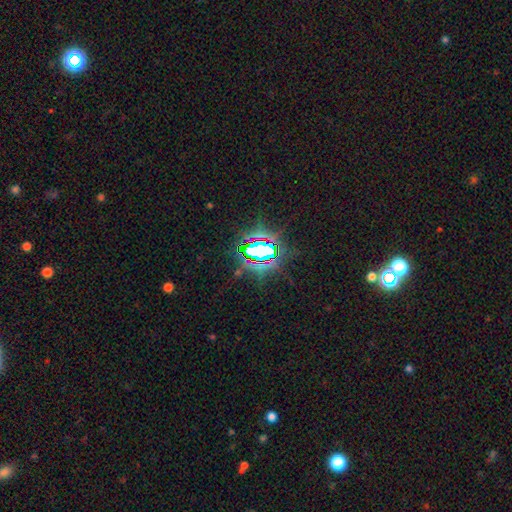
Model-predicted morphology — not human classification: type=star or artifact (78%).